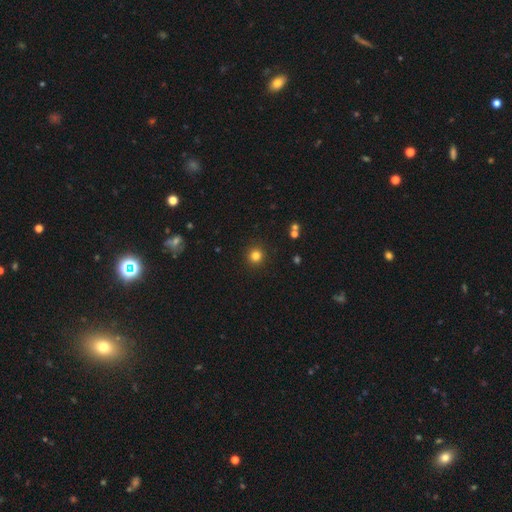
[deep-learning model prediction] Smooth or featured? Predicted: smooth (p=0.81). How rounded? Predicted: round (p=0.94). Merging? Predicted: none (p=0.92).